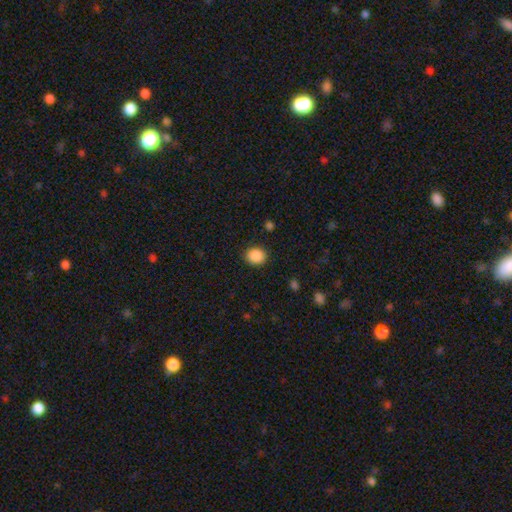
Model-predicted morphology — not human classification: This is clearly a smooth galaxy (89%). How rounded: likely round (69%). Merging: clearly none (89%).